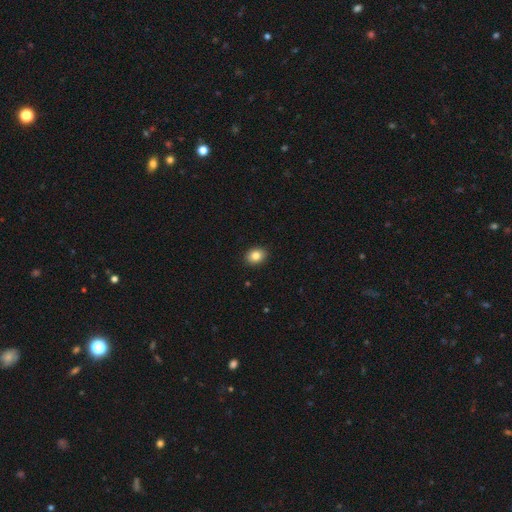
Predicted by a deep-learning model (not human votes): smooth_or_featured: smooth (p=0.84) [alt: star or artifact p=0.09]
how_rounded: in between (p=0.54) [alt: round p=0.45]
merging: none (p=0.91) [alt: minor disturbance p=0.07]